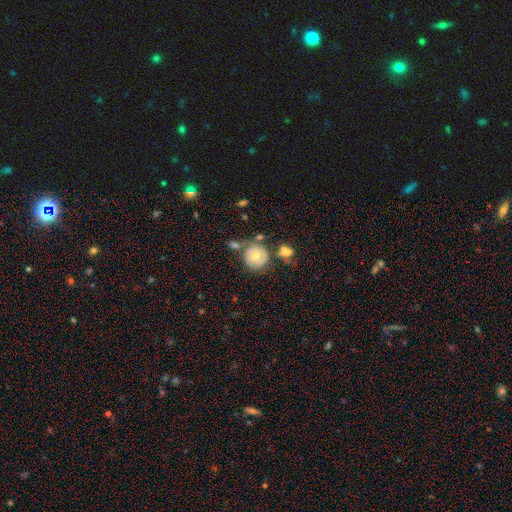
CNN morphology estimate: Smooth or featured? Predicted: smooth (p=0.53). How rounded? Predicted: round (p=0.91). Merging? Predicted: none (p=0.62).